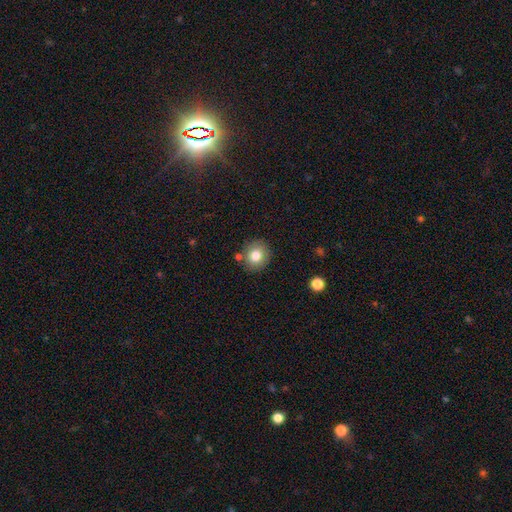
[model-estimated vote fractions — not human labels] smooth 80%, featured or disk 10%, star or artifact 10%. Down the decision tree: how rounded — round (81%); merging — none (81%).